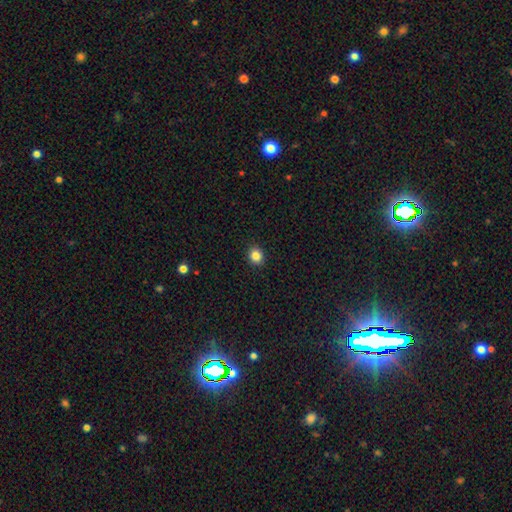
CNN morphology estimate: A smooth galaxy with no disk features (84%) that is round (72%).

Vote fractions:
- Smooth or featured? smooth: 84% / star or artifact: 11% / featured or disk: 5%
- How rounded? round: 72% / in between: 28% / cigar-shaped: 1%
- Merging? none: 91% / minor disturbance: 6% / major disturbance: 2% / merger: 1%